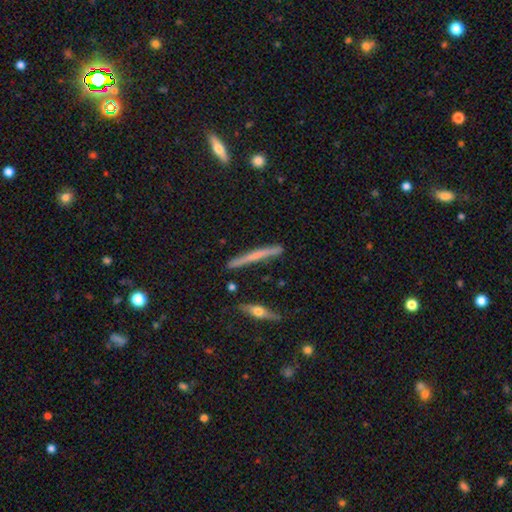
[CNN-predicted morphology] smooth-or-featured: featured or disk: 51% | smooth: 41% | star or artifact: 8%
  disk-edge-on: yes: 96% | no: 4%
  merging: none: 85% | minor disturbance: 11% | merger: 2% | major disturbance: 2%